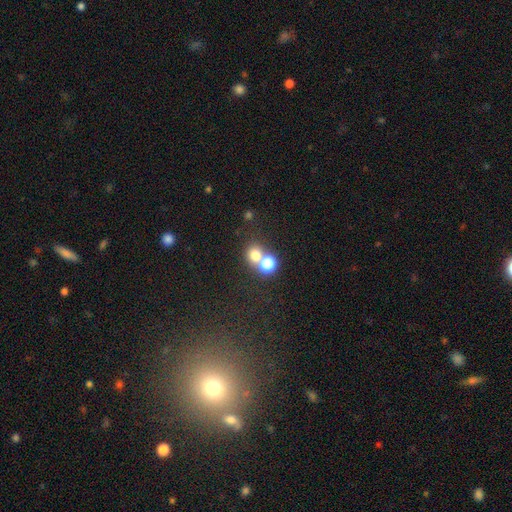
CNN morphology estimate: A smooth galaxy with no disk features (70%) that is round (81%).

Vote fractions:
- Smooth or featured? smooth: 70% / star or artifact: 20% / featured or disk: 10%
- How rounded? round: 81% / in between: 19% / cigar-shaped: 1%
- Merging? none: 49% / merger: 41% / minor disturbance: 6% / major disturbance: 4%